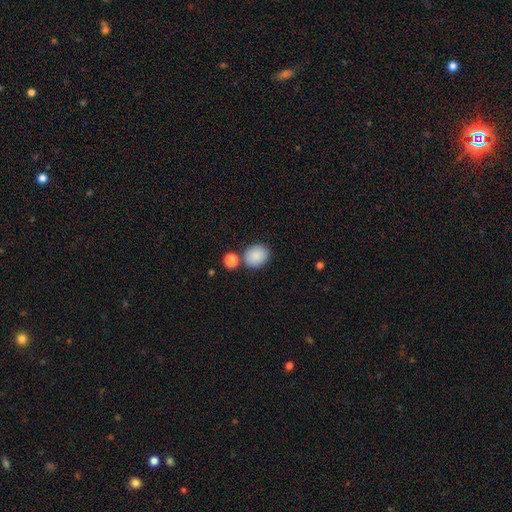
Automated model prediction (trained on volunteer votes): Q: Smooth or featured?
A: smooth (87%); runner-up: star or artifact (8%)
Q: How rounded?
A: round (55%); runner-up: in between (44%)
Q: Merging?
A: none (77%); runner-up: minor disturbance (11%)